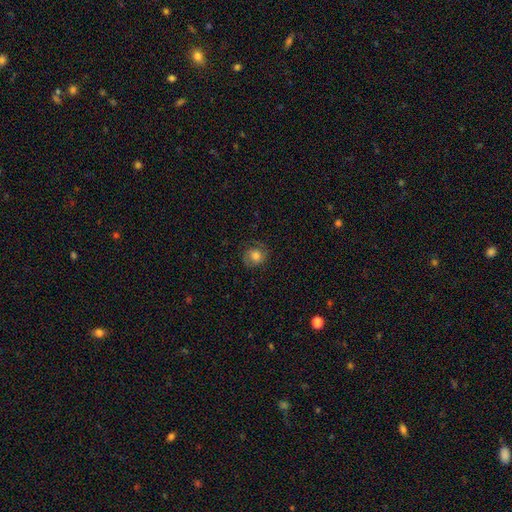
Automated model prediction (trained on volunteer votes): A smooth galaxy with no disk features (57%) that is round (76%). Merging: none (72%).